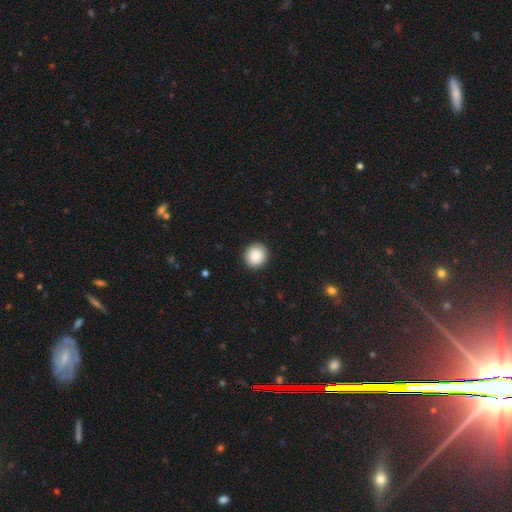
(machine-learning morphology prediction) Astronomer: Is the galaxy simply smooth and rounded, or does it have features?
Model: smooth — 89%.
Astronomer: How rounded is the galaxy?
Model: round — 89%.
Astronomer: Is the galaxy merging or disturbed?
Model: none — 92%.